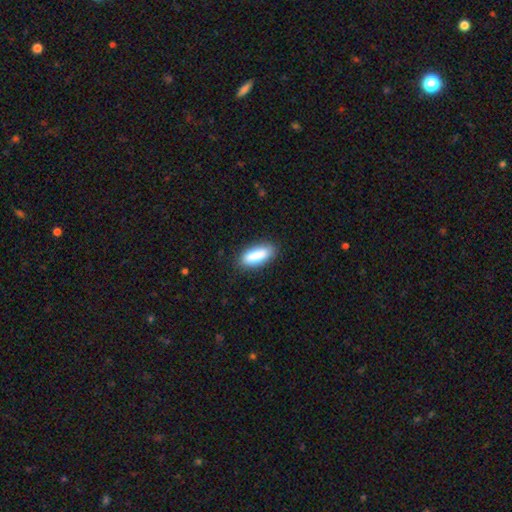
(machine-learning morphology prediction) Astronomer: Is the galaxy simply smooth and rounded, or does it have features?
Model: smooth — 85%.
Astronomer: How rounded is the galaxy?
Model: in between — 71%.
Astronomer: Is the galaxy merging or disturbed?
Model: none — 84%.